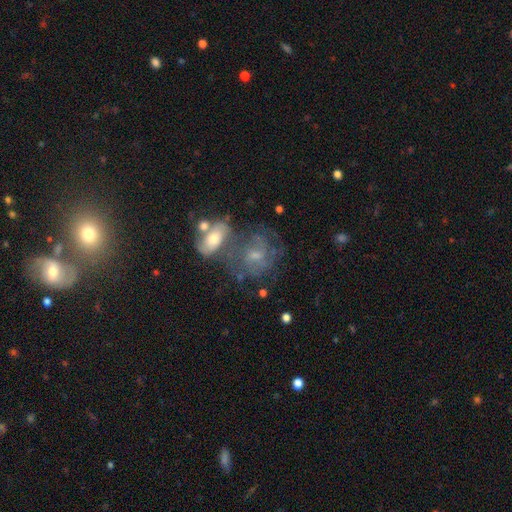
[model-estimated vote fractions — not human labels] Smooth or featured?
  - featured or disk: 56% *
  - smooth: 32%
  - star or artifact: 12%
Edge-on disk?
  - no: 96% *
  - yes: 4%
Bar?
  - no: 53% *
  - weak: 39%
  - strong: 8%
Spiral arms?
  - yes: 64% *
  - no: 36%
Bulge size?
  - small: 47% *
  - moderate: 39%
  - none: 10%
  - large: 4%
  - dominant: 1%
Merging?
  - none: 37% *
  - merger: 32%
  - minor disturbance: 16%
  - major disturbance: 15%